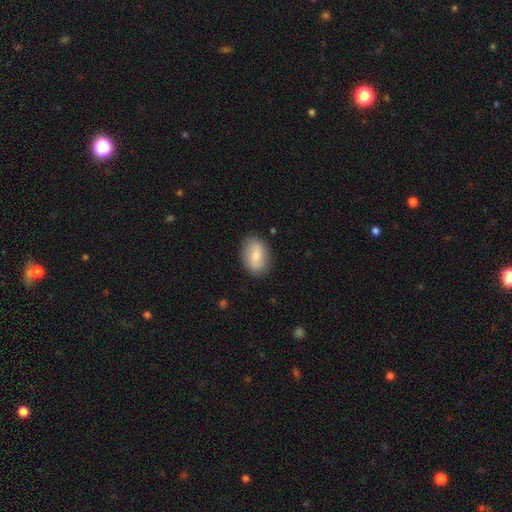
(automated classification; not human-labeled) smooth 67%, featured or disk 27%, star or artifact 6%. Down the decision tree: how rounded — in between (84%); merging — none (86%).